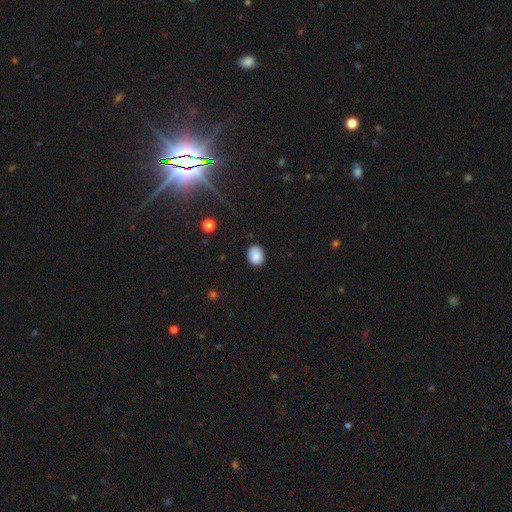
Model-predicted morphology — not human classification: smooth-or-featured: smooth: 87% | star or artifact: 8% | featured or disk: 4%
  how-rounded: in between: 59% | round: 40% | cigar-shaped: 1%
  merging: none: 86% | minor disturbance: 11% | major disturbance: 2% | merger: 1%